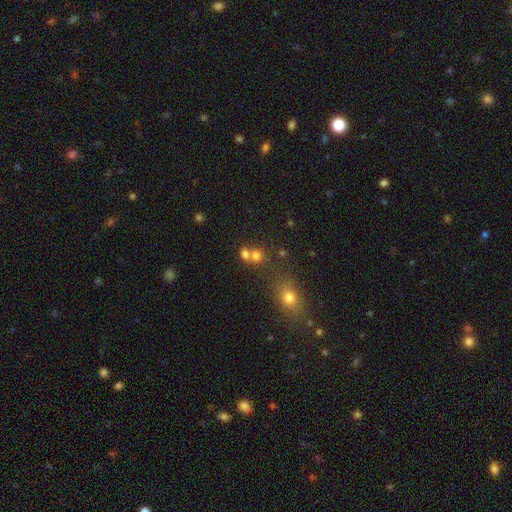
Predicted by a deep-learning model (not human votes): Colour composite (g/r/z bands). It shows a smooth galaxy with no disk features (73%) that is round (71%). Merging: merger (50%).